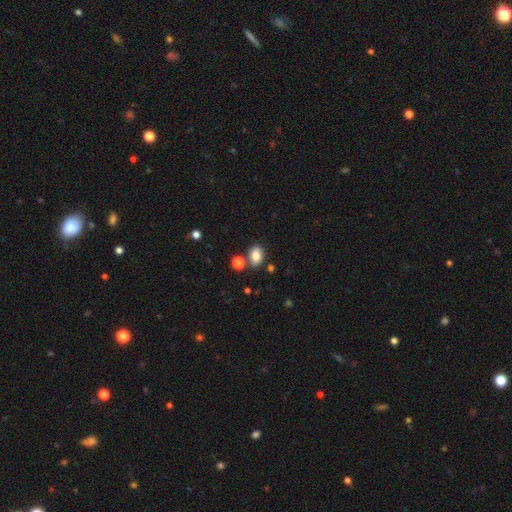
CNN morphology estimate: A smooth galaxy with no disk features (81%) that is in between round and cigar-shaped (74%). Merging: none (72%).